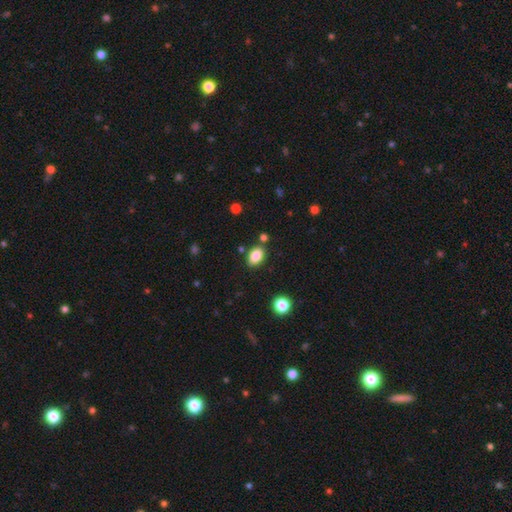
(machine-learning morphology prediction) Smooth or featured? smooth (86%)
How rounded? in between (86%)
Merging? none (83%)